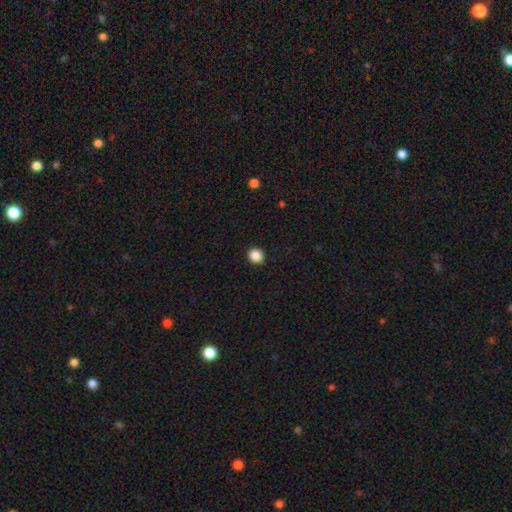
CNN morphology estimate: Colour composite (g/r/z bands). It shows a smooth galaxy with no disk features (88%) that is round (83%). Merging: none (92%).